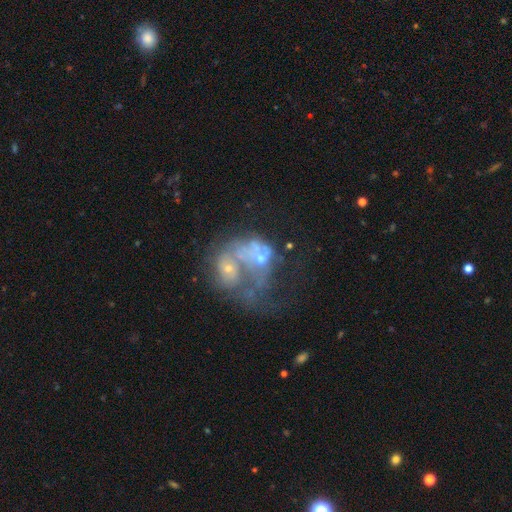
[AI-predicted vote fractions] smooth-or-featured: featured or disk: 64% | smooth: 22% | star or artifact: 15%
  disk-edge-on: no: 98% | yes: 2%
    bar: no: 88% | weak: 10% | strong: 3%
    has-spiral-arms: no: 80% | yes: 20%
    bulge-size: small: 34% | moderate: 31% | none: 30% | large: 4% | dominant: 2%
  merging: merger: 60% | major disturbance: 23% | none: 10% | minor disturbance: 6%